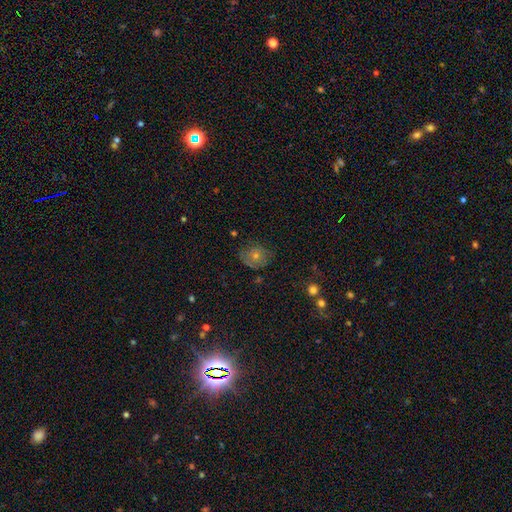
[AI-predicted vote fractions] Q: Smooth or featured?
A: featured or disk (37%); runner-up: smooth (34%)
Q: Merging?
A: none (75%); runner-up: minor disturbance (16%)